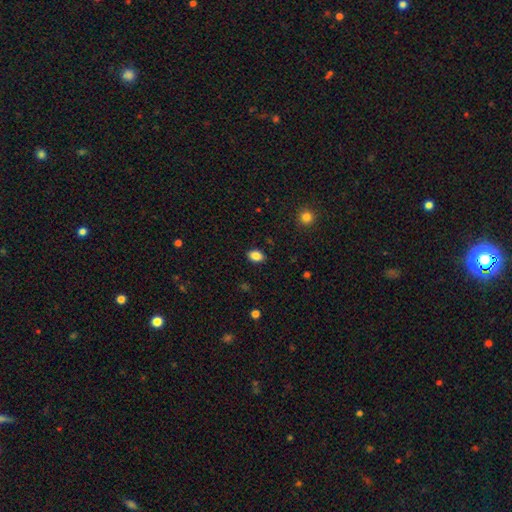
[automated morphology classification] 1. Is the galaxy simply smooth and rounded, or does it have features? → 86% smooth, 9% star or artifact, 5% featured or disk.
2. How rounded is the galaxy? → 83% in between, 16% round, 1% cigar-shaped.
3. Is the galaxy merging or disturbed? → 88% none, 9% minor disturbance, 2% major disturbance, 1% merger.